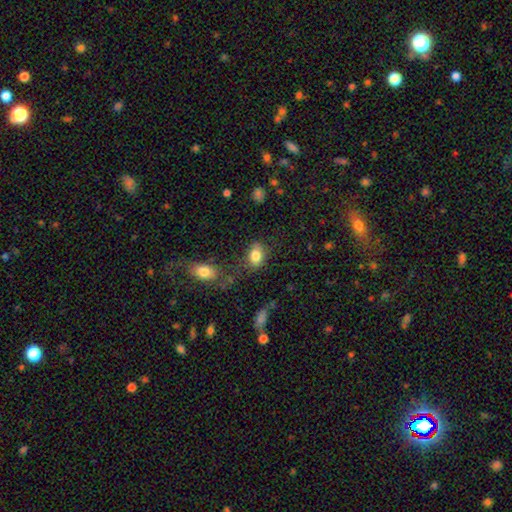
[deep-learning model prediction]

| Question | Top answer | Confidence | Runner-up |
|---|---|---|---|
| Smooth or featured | smooth | 83% | featured or disk (9%) |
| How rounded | in between | 82% | round (16%) |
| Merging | none | 66% | minor disturbance (20%) |